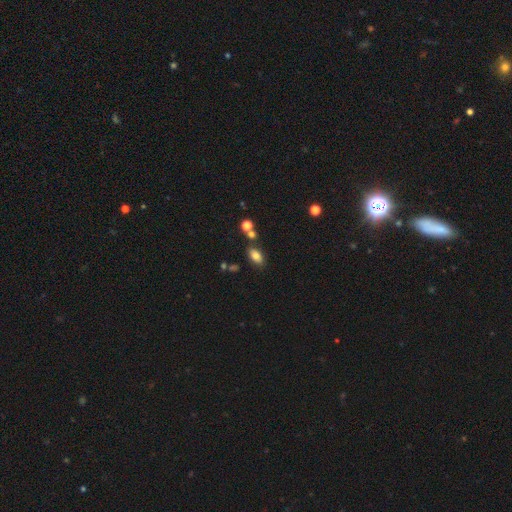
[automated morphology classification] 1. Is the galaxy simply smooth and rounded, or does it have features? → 78% smooth, 11% star or artifact, 11% featured or disk.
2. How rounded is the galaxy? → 88% in between, 9% round, 3% cigar-shaped.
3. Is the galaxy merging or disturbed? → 73% none, 13% minor disturbance, 11% merger, 4% major disturbance.